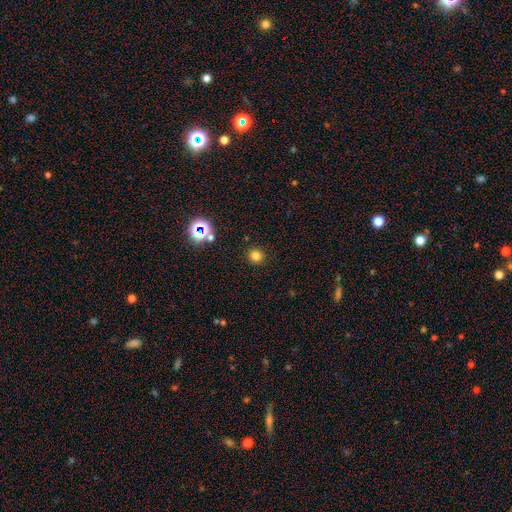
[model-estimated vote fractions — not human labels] smooth 76%, star or artifact 18%, featured or disk 6%. Down the decision tree: how rounded — round (94%); merging — none (90%).